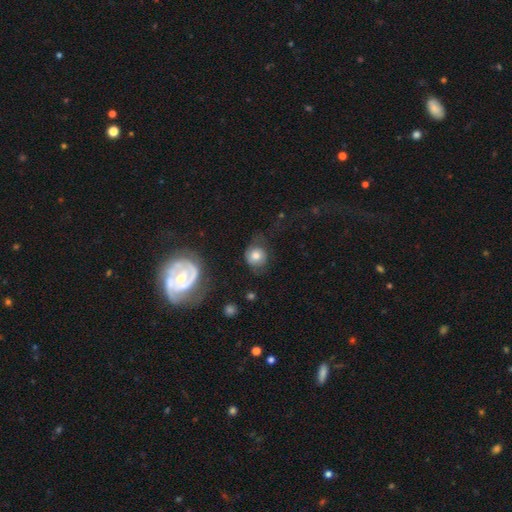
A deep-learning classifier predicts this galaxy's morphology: smooth-or-featured: smooth: 65% | featured or disk: 25% | star or artifact: 10%
  how-rounded: round: 79% | in between: 20% | cigar-shaped: 1%
  merging: none: 54% | minor disturbance: 23% | major disturbance: 19% | merger: 3%